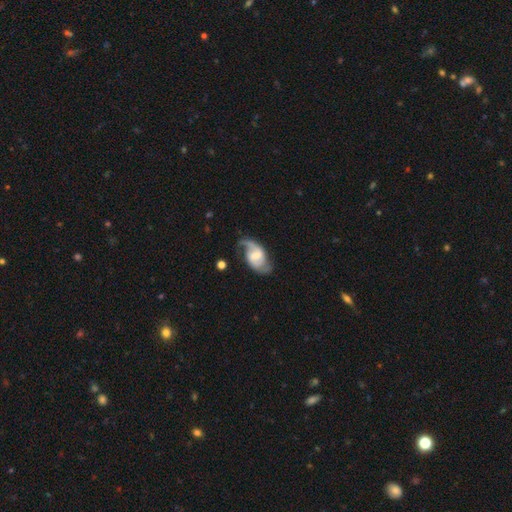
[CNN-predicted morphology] This appears to be a featured or disk galaxy (77%) with a weak bar (52%), 2 (79%) loose (49%) spiral arms (93%) and a moderate central bulge (29%, tied with small). Merging: none (61%).